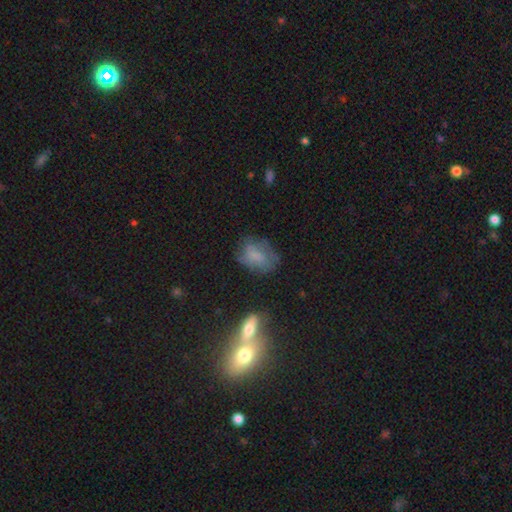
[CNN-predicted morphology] Smooth or featured: smooth — 64% (featured or disk — 25%)
How rounded: in between — 80% (round — 17%)
Merging: none — 55% (minor disturbance — 26%)